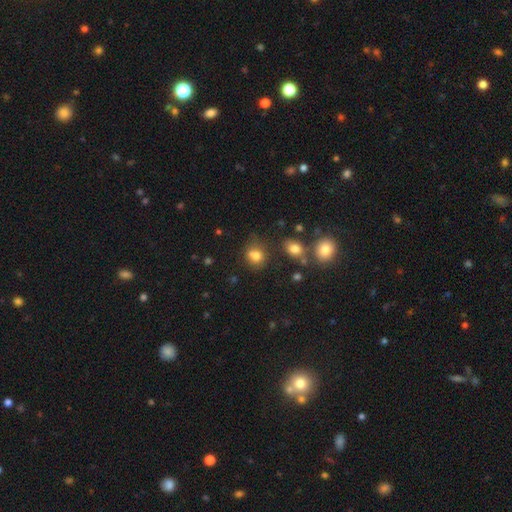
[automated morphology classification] smooth-or-featured: smooth: 77% | star or artifact: 14% | featured or disk: 10%
  how-rounded: round: 69% | in between: 30% | cigar-shaped: 1%
  merging: none: 59% | merger: 18% | minor disturbance: 17% | major disturbance: 6%